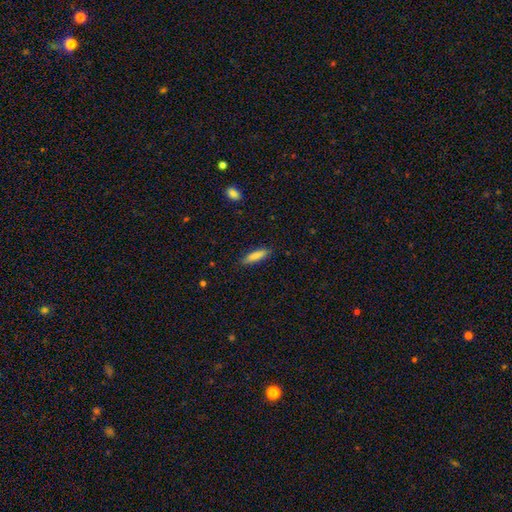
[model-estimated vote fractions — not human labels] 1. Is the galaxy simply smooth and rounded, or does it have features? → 82% smooth, 12% featured or disk, 6% star or artifact.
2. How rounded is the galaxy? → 67% cigar-shaped, 31% in between, 2% round.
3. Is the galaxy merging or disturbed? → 87% none, 10% minor disturbance, 2% major disturbance, 1% merger.